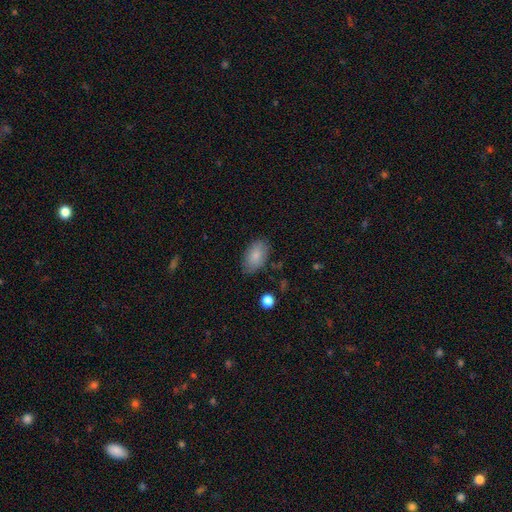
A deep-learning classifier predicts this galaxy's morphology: smooth 83%, featured or disk 10%, star or artifact 7%. Down the decision tree: how rounded — in between (92%); merging — none (78%).